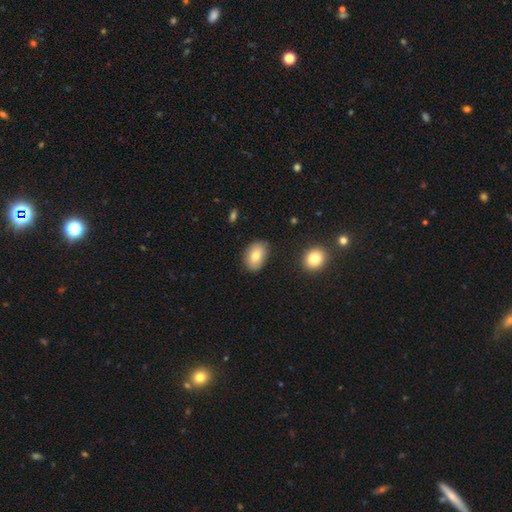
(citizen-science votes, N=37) A smooth galaxy with no disk features (89%) that is in between round and cigar-shaped (88%).

Vote fractions:
- Smooth or featured? smooth: 89% / featured or disk: 8% / star or artifact: 3%
- How rounded? in between: 88% / round: 12% / cigar-shaped: 0%
- Merging? none: 78% / minor disturbance: 14% / major disturbance: 6% / merger: 3%